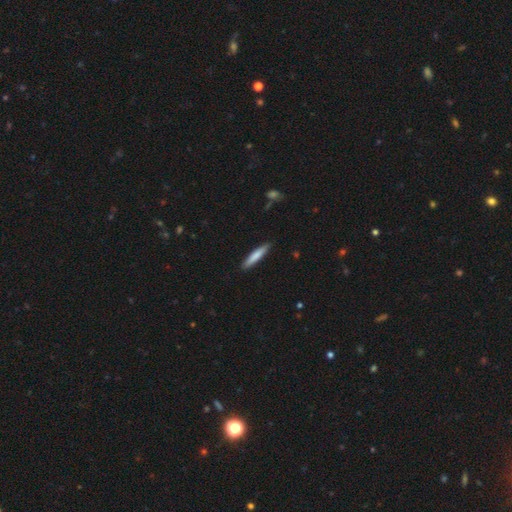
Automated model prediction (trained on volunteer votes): Q: Smooth or featured?
A: smooth (76%); runner-up: featured or disk (18%)
Q: How rounded?
A: cigar-shaped (90%); runner-up: in between (9%)
Q: Merging?
A: none (89%); runner-up: minor disturbance (8%)